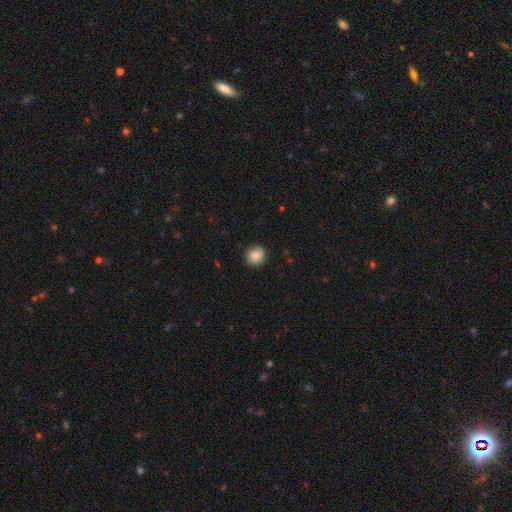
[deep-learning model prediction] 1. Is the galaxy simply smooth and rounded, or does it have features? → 76% smooth, 16% featured or disk, 8% star or artifact.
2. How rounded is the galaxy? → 89% round, 10% in between, 1% cigar-shaped.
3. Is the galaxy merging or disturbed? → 83% none, 13% minor disturbance, 3% major disturbance, 1% merger.